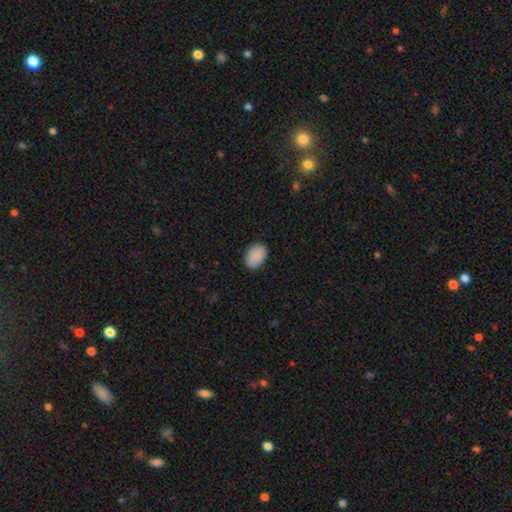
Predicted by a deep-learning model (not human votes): The model was most divided on "how rounded": in between: 84%, round: 15%, cigar-shaped: 1%. More confident: smooth or featured — smooth (90%); merging — none (86%).